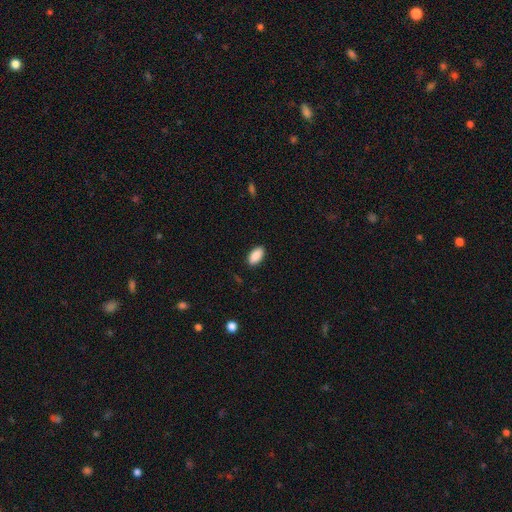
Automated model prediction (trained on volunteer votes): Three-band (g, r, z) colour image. It shows a smooth galaxy with no disk features (90%) that is in between round and cigar-shaped (94%). Merging: none (88%).